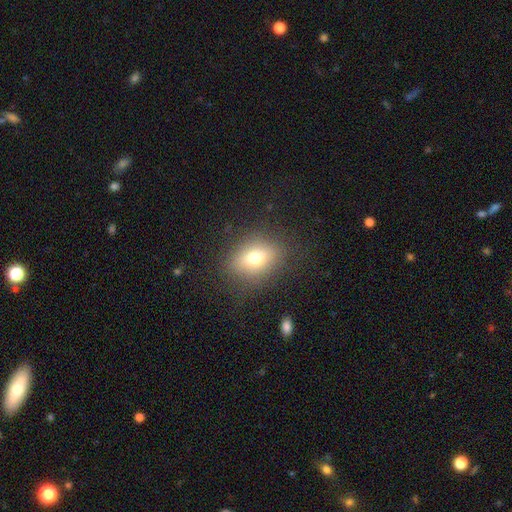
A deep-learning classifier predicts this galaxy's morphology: smooth 68%, featured or disk 19%, star or artifact 12%. Down the decision tree: how rounded — in between (61%); merging — none (82%).